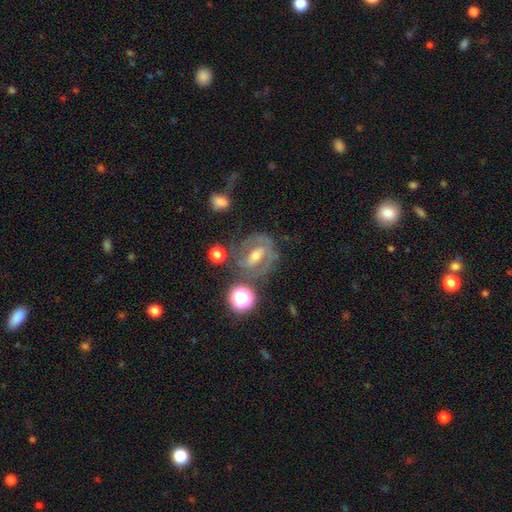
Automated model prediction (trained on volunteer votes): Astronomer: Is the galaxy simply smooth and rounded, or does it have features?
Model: featured or disk — 78%.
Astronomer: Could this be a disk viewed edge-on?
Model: no — 96%.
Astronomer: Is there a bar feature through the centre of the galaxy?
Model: strong — 39%, tied with weak at 39%.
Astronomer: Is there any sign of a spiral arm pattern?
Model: yes — 88%.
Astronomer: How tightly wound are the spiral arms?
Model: tight — 51% (runner-up: medium, 39%).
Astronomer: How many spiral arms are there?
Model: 2 — 66%.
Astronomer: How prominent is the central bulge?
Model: moderate — 56% (runner-up: small, 35%).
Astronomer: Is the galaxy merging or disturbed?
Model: none — 64%.